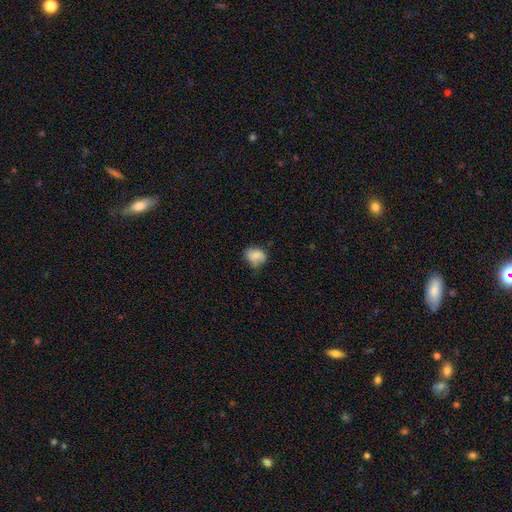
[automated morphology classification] smooth-or-featured: smooth: 78% | featured or disk: 14% | star or artifact: 8%
  how-rounded: in between: 56% | round: 43% | cigar-shaped: 1%
  merging: none: 54% | minor disturbance: 33% | major disturbance: 9% | merger: 4%